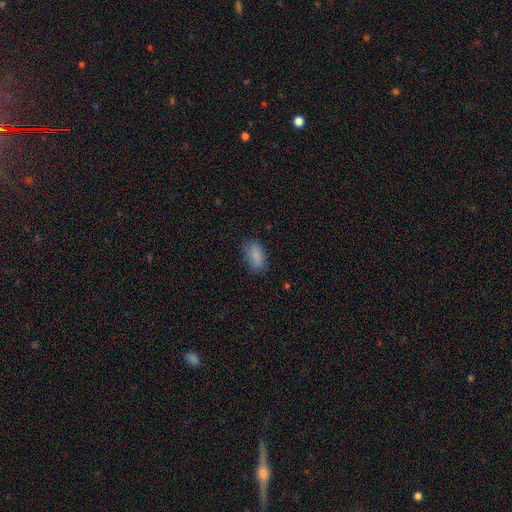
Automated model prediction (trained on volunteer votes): Smooth or featured: smooth — 87% (star or artifact — 8%)
How rounded: in between — 90% (cigar-shaped — 6%)
Merging: none — 79% (minor disturbance — 16%)